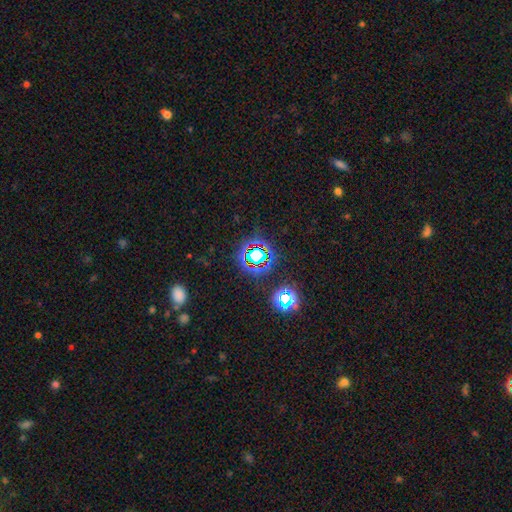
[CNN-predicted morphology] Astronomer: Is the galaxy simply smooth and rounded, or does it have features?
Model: star or artifact — 70%.